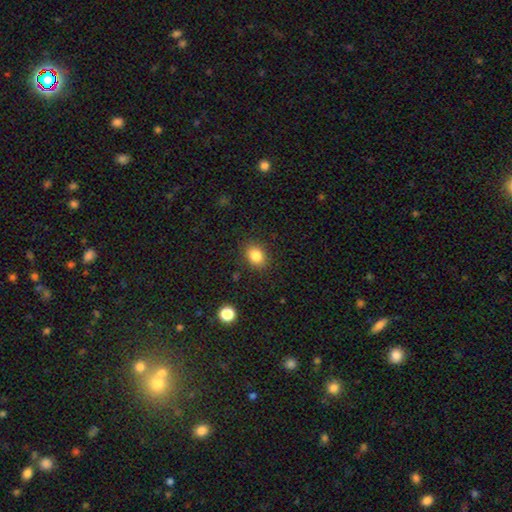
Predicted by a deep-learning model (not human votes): Smooth or featured? Predicted: smooth (p=0.83). How rounded? Predicted: in between (p=0.54). Merging? Predicted: none (p=0.87).